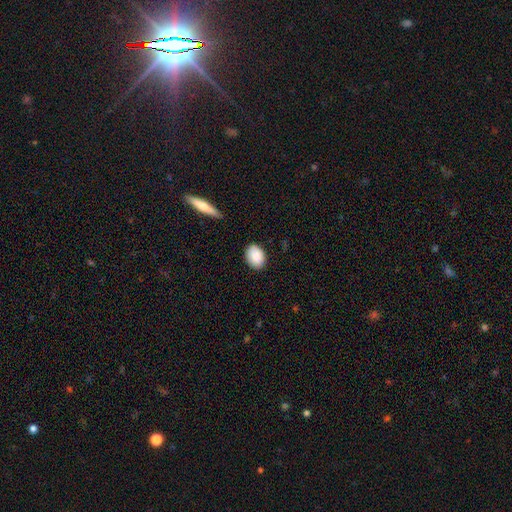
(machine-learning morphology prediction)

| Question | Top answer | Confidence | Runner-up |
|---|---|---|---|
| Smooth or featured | smooth | 89% | star or artifact (7%) |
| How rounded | in between | 76% | round (22%) |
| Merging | none | 86% | minor disturbance (11%) |